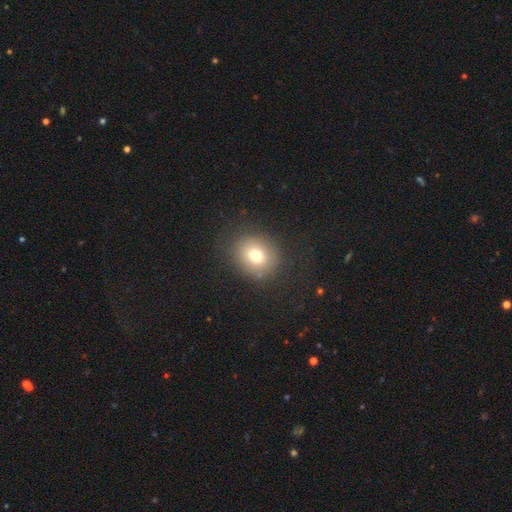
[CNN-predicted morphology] This appears to be a smooth galaxy with no disk features (74%) that is round (75%). Merging: none (84%).